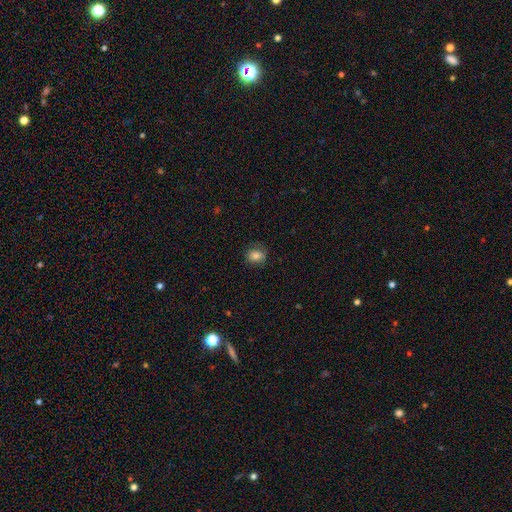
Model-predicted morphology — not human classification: The model was most divided on "how rounded": round: 64%, in between: 35%, cigar-shaped: 1%. More confident: smooth or featured — smooth (80%); merging — none (80%).